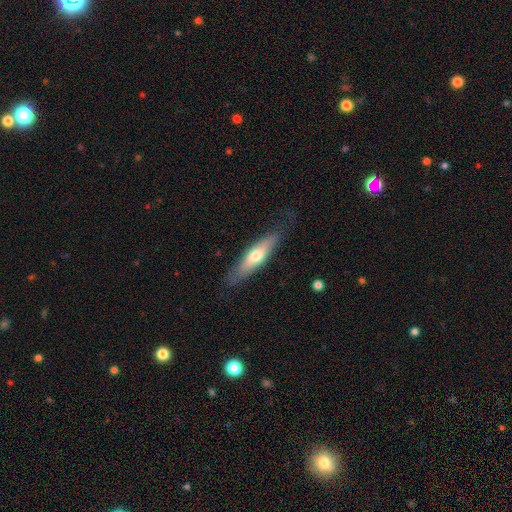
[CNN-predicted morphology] A smooth galaxy with no disk features (55%) that is cigar-shaped (67%).

Vote fractions:
- Smooth or featured? smooth: 55% / featured or disk: 39% / star or artifact: 5%
- How rounded? cigar-shaped: 67% / in between: 31% / round: 2%
- Merging? none: 77% / minor disturbance: 17% / major disturbance: 5% / merger: 1%